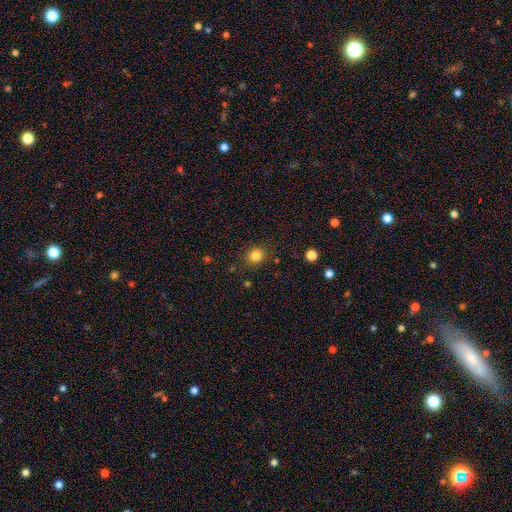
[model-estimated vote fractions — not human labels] smooth-or-featured: smooth: 83% | star or artifact: 12% | featured or disk: 5%
  how-rounded: round: 79% | in between: 20% | cigar-shaped: 1%
  merging: none: 86% | minor disturbance: 9% | major disturbance: 3% | merger: 2%